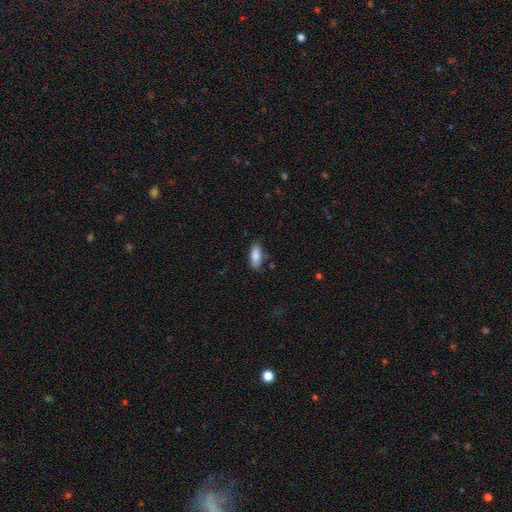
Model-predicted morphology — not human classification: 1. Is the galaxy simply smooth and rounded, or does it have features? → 86% smooth, 7% featured or disk, 6% star or artifact.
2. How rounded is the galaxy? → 78% in between, 20% cigar-shaped, 2% round.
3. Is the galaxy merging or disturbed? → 82% none, 13% minor disturbance, 3% major disturbance, 2% merger.